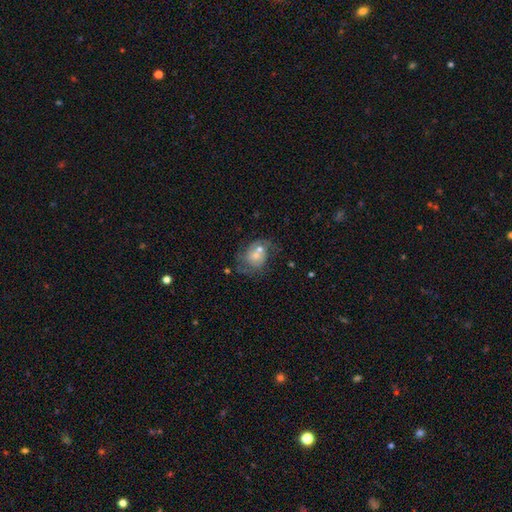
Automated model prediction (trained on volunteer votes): A featured or disk galaxy (60%) with no bar (72%), spiral arms (75%) and a moderate central bulge (46%).

Vote fractions:
- Smooth or featured? featured or disk: 60% / smooth: 29% / star or artifact: 11%
- Edge-on disk? no: 97% / yes: 3%
- Bar? no: 72% / weak: 23% / strong: 4%
- Spiral arms? yes: 75% / no: 25%
- Bulge size? moderate: 46% / small: 40% / large: 7% / none: 6% / dominant: 2%
- Merging? none: 41% / merger: 24% / minor disturbance: 18% / major disturbance: 17%